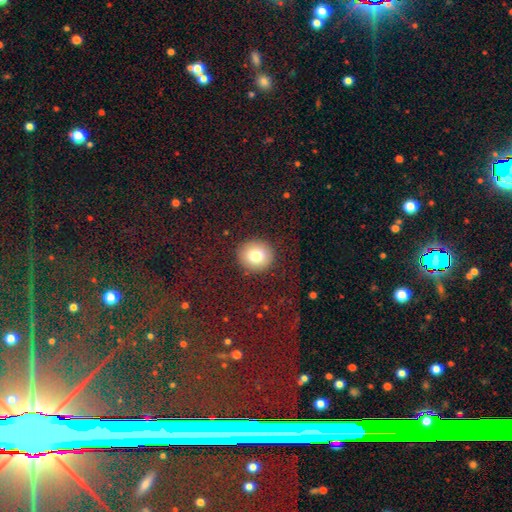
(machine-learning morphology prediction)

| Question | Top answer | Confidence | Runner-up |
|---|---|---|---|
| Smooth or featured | smooth | 78% | featured or disk (11%) |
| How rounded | round | 90% | in between (9%) |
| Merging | none | 89% | minor disturbance (6%) |